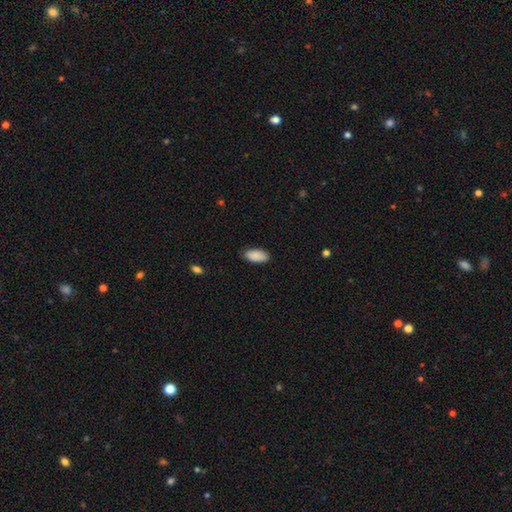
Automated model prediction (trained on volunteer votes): Morphology: type=smooth (89%); roundness=in between (92%); merging=none (84%).